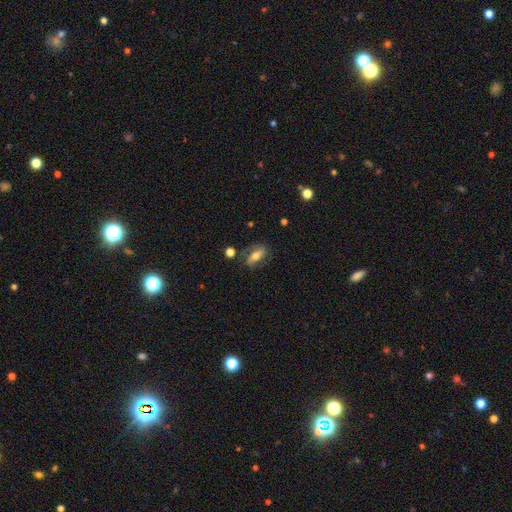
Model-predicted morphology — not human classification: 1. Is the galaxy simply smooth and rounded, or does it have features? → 53% featured or disk, 38% smooth, 8% star or artifact.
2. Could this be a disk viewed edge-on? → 82% no, 18% yes.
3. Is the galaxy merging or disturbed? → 66% none, 20% minor disturbance, 10% major disturbance, 4% merger.